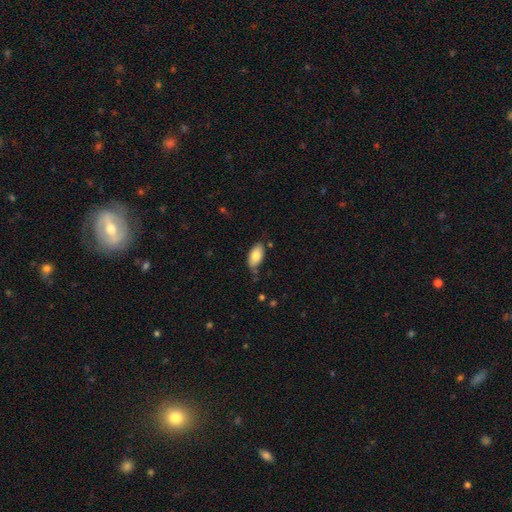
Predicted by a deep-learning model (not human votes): Smooth or featured: smooth — 81% (featured or disk — 13%)
How rounded: in between — 93% (cigar-shaped — 4%)
Merging: none — 72% (minor disturbance — 20%)